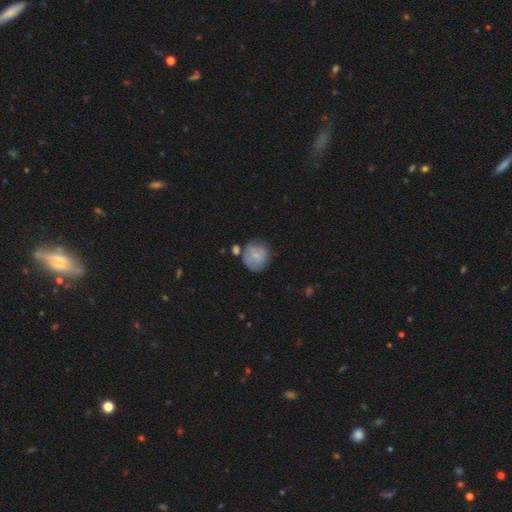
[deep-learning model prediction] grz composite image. It shows a smooth galaxy with no disk features (61%) that is round (86%). Merging: none (59%).